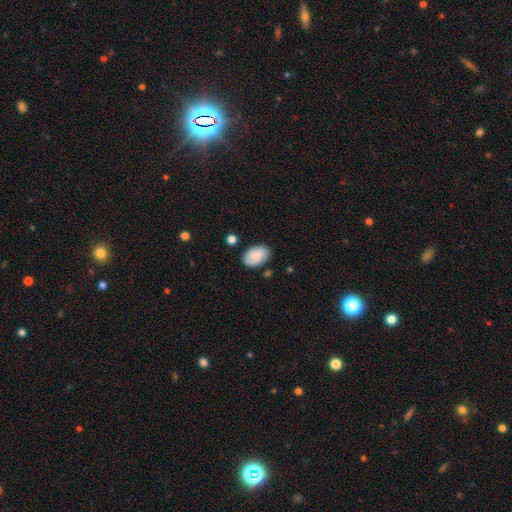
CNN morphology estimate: A smooth galaxy with no disk features (85%) that is in between round and cigar-shaped (91%).

Vote fractions:
- Smooth or featured? smooth: 85% / featured or disk: 8% / star or artifact: 6%
- How rounded? in between: 91% / round: 8% / cigar-shaped: 1%
- Merging? none: 78% / minor disturbance: 16% / merger: 3% / major disturbance: 3%